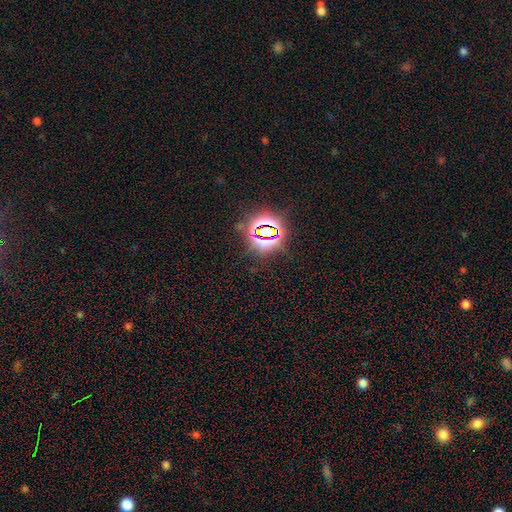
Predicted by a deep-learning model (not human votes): Smooth or featured? Predicted: star or artifact (p=0.82).